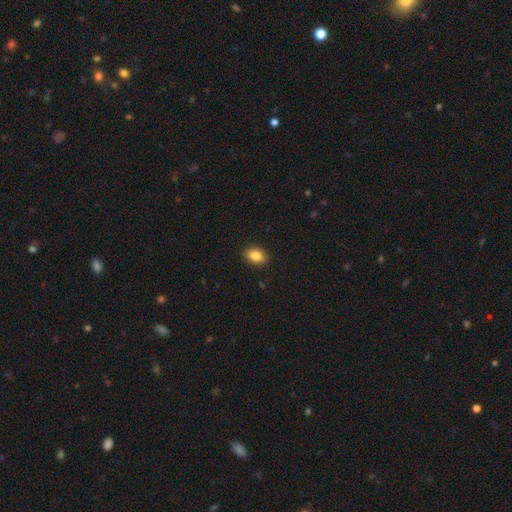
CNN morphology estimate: Q: Smooth or featured?
A: smooth (84%); runner-up: star or artifact (8%)
Q: How rounded?
A: in between (82%); runner-up: round (17%)
Q: Merging?
A: none (89%); runner-up: minor disturbance (8%)